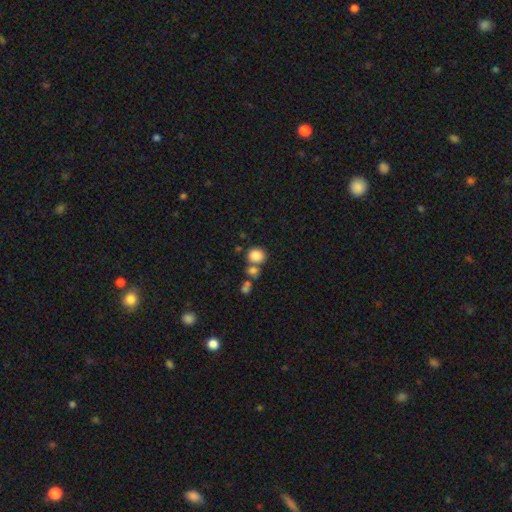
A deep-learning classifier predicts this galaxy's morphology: A smooth galaxy with no disk features (84%) that is round (76%).

Vote fractions:
- Smooth or featured? smooth: 84% / star or artifact: 10% / featured or disk: 6%
- How rounded? round: 76% / in between: 23% / cigar-shaped: 1%
- Merging? none: 58% / merger: 27% / minor disturbance: 11% / major disturbance: 5%